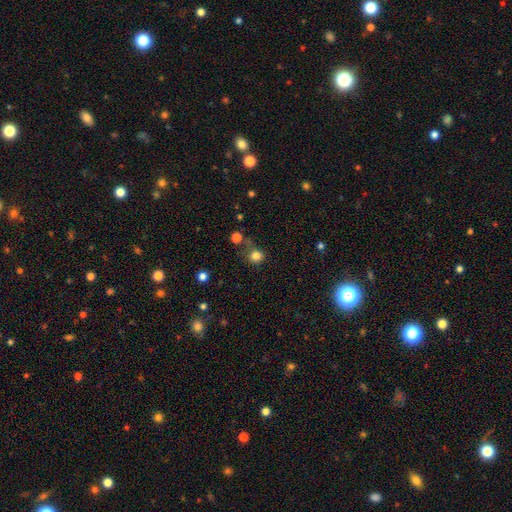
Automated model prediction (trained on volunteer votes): A smooth galaxy with no disk features (81%) that is round (86%).

Vote fractions:
- Smooth or featured? smooth: 81% / star or artifact: 14% / featured or disk: 6%
- How rounded? round: 86% / in between: 13% / cigar-shaped: 1%
- Merging? none: 67% / minor disturbance: 16% / merger: 11% / major disturbance: 6%